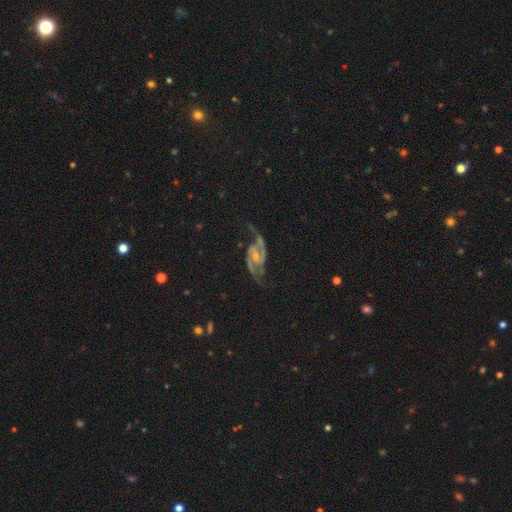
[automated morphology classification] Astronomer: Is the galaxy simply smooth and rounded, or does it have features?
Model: featured or disk — 92%.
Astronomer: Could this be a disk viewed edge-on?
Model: no — 97%.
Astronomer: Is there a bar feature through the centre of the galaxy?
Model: weak — 47% (runner-up: no, 36%).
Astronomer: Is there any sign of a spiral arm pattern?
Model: yes — 98%.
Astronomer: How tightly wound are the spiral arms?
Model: medium — 49% (runner-up: loose, 38%).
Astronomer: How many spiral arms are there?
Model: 2 — 94%.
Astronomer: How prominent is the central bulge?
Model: small — 52% (runner-up: moderate, 40%).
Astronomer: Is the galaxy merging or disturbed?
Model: none — 69%.